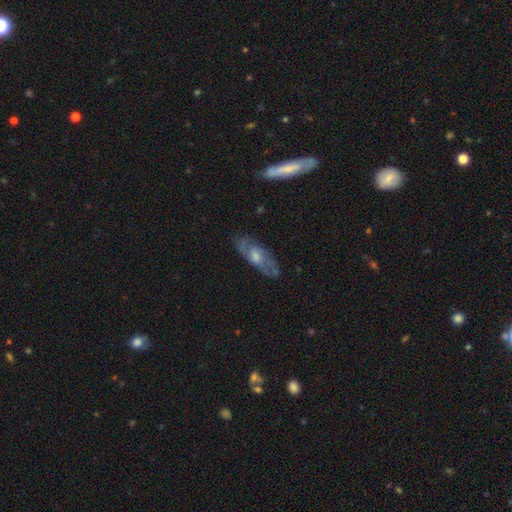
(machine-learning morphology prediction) A featured or disk galaxy (67%) with no bar (60%), spiral arms (72%) and a moderate central bulge (54%).

Vote fractions:
- Smooth or featured? featured or disk: 67% / smooth: 26% / star or artifact: 7%
- Edge-on disk? no: 78% / yes: 22%
- Bar? no: 60% / weak: 34% / strong: 7%
- Spiral arms? yes: 72% / no: 28%
- Bulge size? moderate: 54% / small: 25% / large: 13% / none: 7% / dominant: 1%
- Merging? none: 76% / minor disturbance: 17% / major disturbance: 6% / merger: 2%